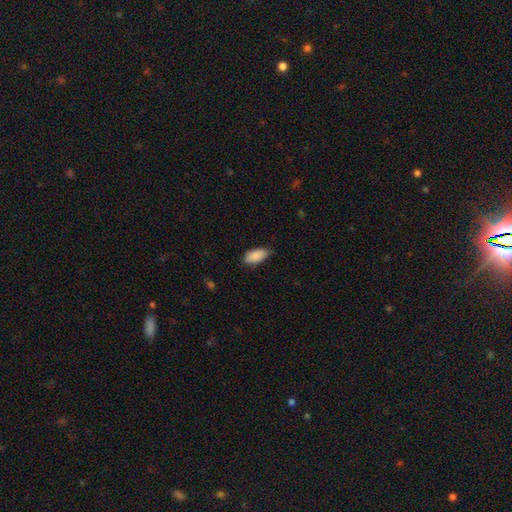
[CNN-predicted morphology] Q: Smooth or featured?
A: smooth (89%); runner-up: star or artifact (6%)
Q: How rounded?
A: in between (92%); runner-up: cigar-shaped (6%)
Q: Merging?
A: none (74%); runner-up: minor disturbance (22%)